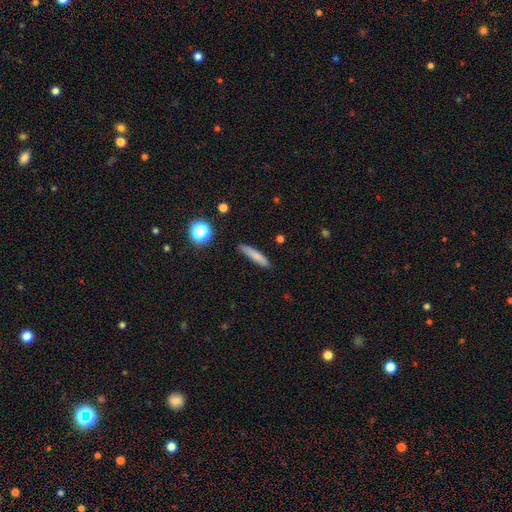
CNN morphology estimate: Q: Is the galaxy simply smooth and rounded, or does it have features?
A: smooth — 78%.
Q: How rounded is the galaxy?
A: cigar-shaped — 87%.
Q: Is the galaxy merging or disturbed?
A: none — 84%.